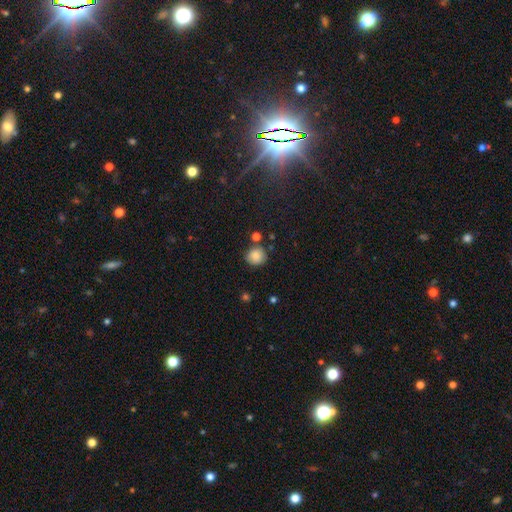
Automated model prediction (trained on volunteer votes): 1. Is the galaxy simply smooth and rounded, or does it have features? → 84% smooth, 10% star or artifact, 6% featured or disk.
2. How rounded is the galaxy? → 87% round, 12% in between, 1% cigar-shaped.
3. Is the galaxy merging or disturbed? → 76% none, 14% minor disturbance, 6% merger, 3% major disturbance.